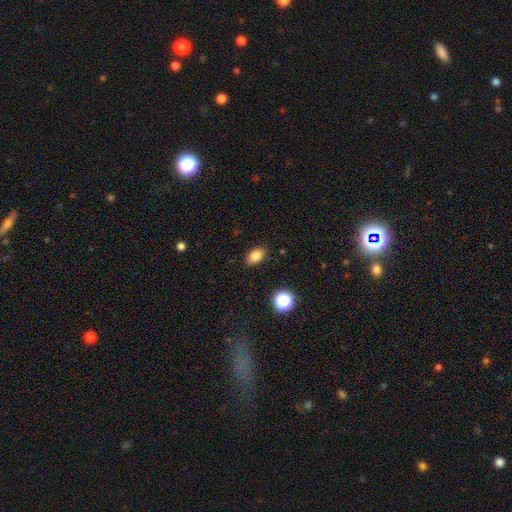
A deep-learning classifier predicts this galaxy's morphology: Smooth or featured?
  - smooth: 84% *
  - star or artifact: 11%
  - featured or disk: 5%
How rounded?
  - in between: 87% *
  - round: 11%
  - cigar-shaped: 2%
Merging?
  - none: 87% *
  - minor disturbance: 9%
  - major disturbance: 2%
  - merger: 1%